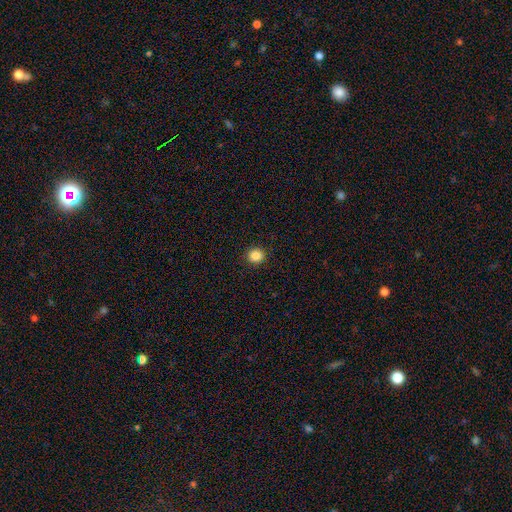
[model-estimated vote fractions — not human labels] The model was most divided on "smooth or featured": smooth: 86%, star or artifact: 11%, featured or disk: 4%. More confident: merging — none (93%); how rounded — round (92%).